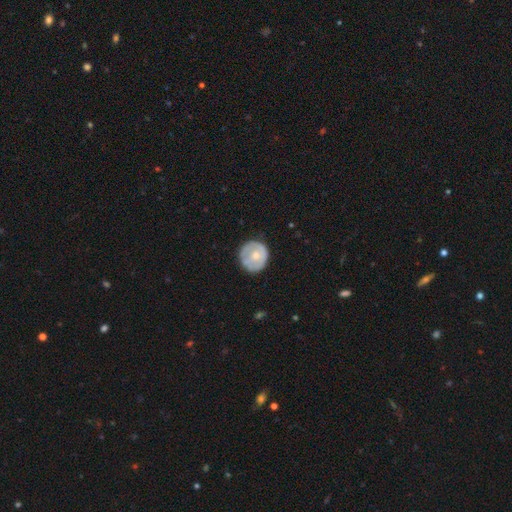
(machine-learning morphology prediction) type=smooth (54%); roundness=round (88%); merging=none (71%).